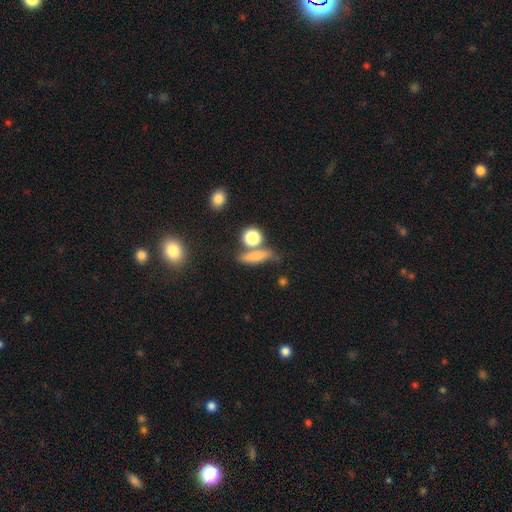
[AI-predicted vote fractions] A smooth galaxy with no disk features (70%) that is cigar-shaped (51%). Merging: none (63%).